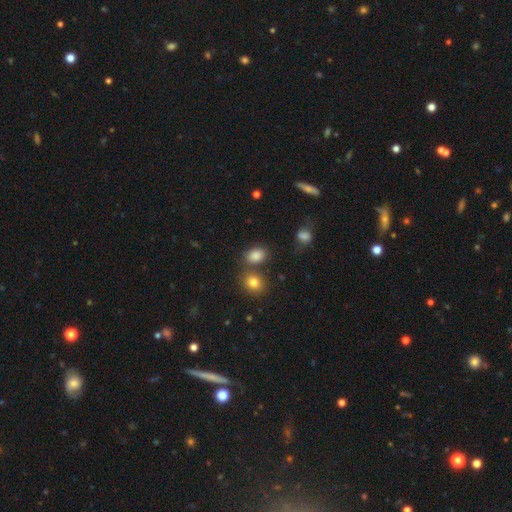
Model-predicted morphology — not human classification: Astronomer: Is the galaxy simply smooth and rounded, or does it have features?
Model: smooth — 83%.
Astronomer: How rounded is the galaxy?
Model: in between — 69%.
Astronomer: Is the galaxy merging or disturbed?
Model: none — 65%.